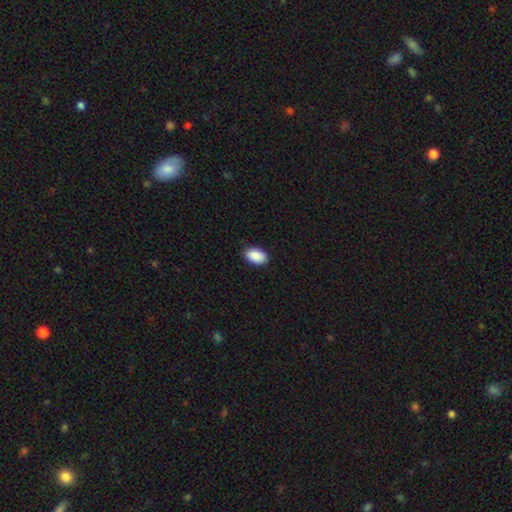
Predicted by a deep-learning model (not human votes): This appears to be a smooth galaxy with no disk features (90%) that is in between round and cigar-shaped (93%). Merging: none (87%).